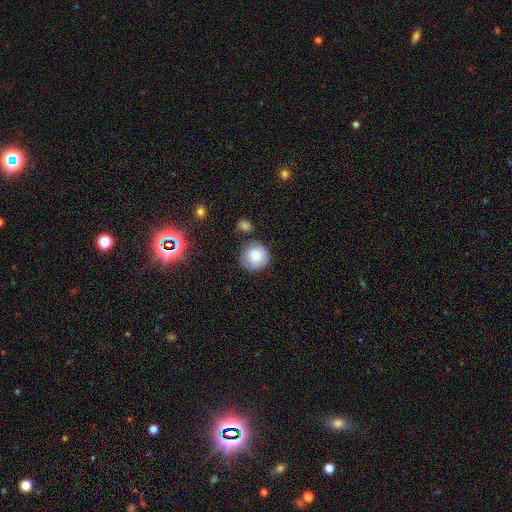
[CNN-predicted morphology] Smooth or featured? smooth (79%)
How rounded? round (92%)
Merging? none (71%)